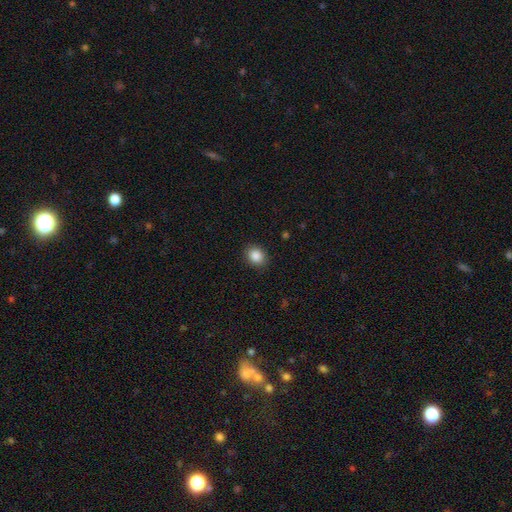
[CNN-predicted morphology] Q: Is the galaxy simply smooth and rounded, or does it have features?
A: smooth — 87%.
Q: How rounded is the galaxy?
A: round — 55%.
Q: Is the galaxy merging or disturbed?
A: none — 89%.